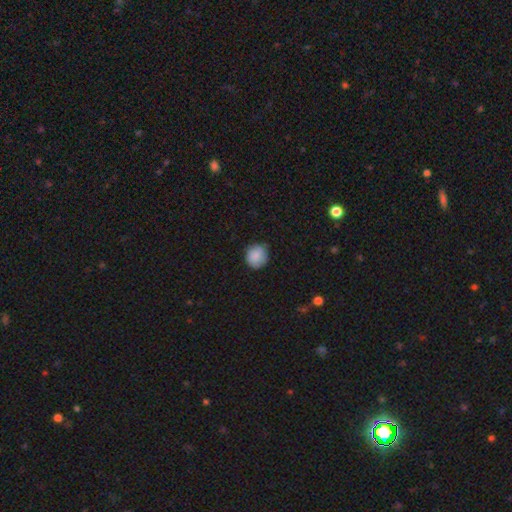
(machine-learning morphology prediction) Smooth or featured? Predicted: smooth (p=0.83). How rounded? Predicted: round (p=0.87). Merging? Predicted: none (p=0.76).